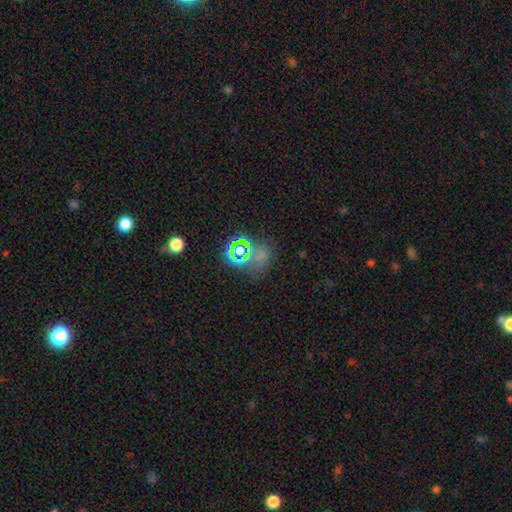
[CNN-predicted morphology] Smooth or featured?
  - smooth: 46% *
  - star or artifact: 38%
  - featured or disk: 16%
Merging?
  - none: 49% *
  - merger: 29%
  - minor disturbance: 12%
  - major disturbance: 10%